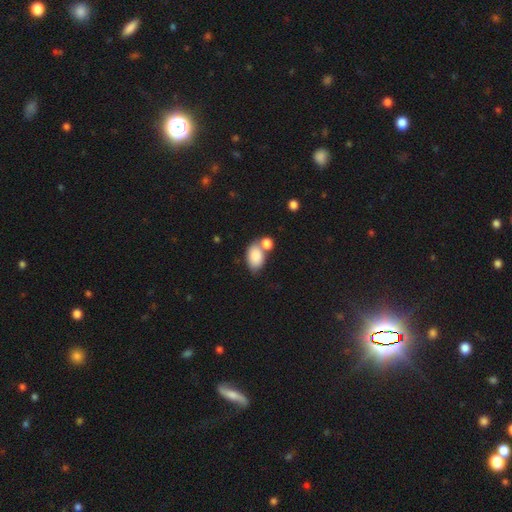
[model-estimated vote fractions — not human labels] This is clearly a smooth galaxy (84%). How rounded: clearly in between (88%). Merging: marginally none (42%).